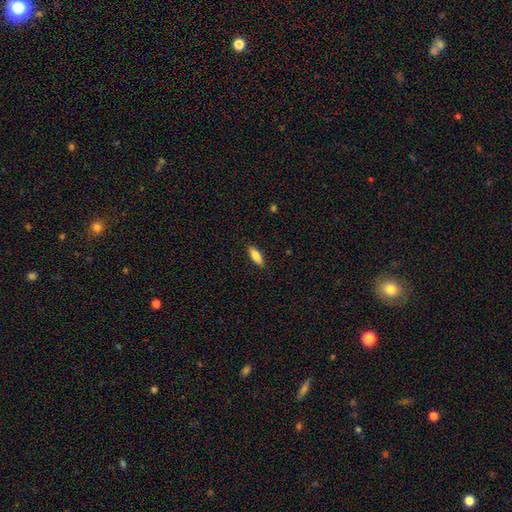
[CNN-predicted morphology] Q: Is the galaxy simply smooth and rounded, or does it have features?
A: smooth — 83%.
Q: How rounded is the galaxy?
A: in between — 60%.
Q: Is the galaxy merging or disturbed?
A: none — 88%.